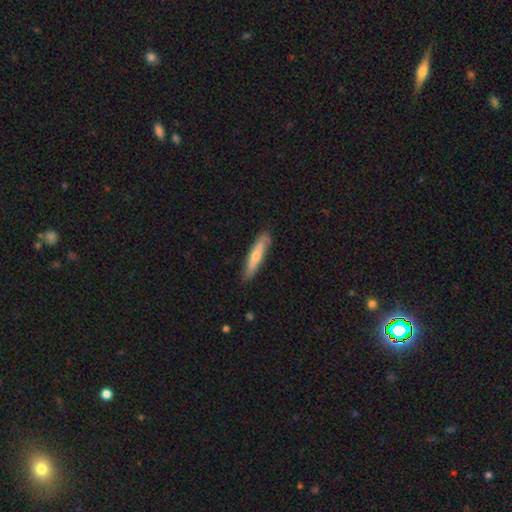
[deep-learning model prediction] The model was most divided on "smooth or featured": smooth: 54%, featured or disk: 40%, star or artifact: 6%. More confident: how rounded — cigar-shaped (88%); merging — none (82%).